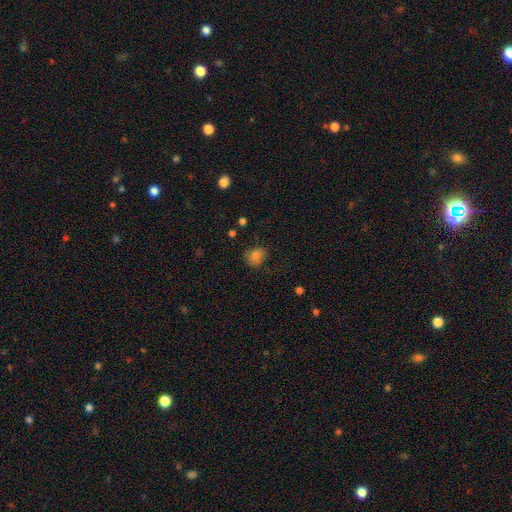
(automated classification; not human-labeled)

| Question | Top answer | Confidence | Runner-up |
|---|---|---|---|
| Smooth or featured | smooth | 81% | star or artifact (12%) |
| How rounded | round | 63% | in between (36%) |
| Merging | none | 72% | minor disturbance (21%) |